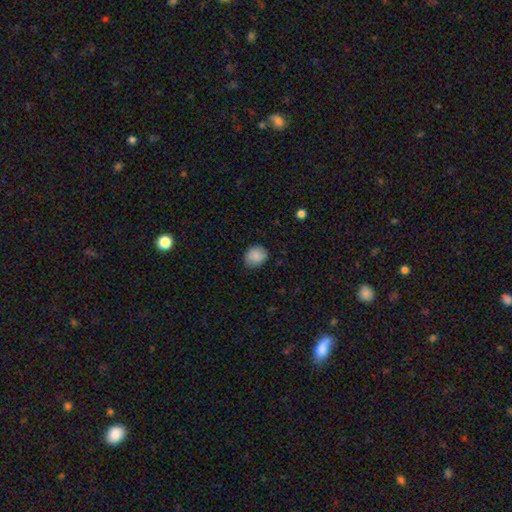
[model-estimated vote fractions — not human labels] Smooth or featured?
  - smooth: 87% *
  - star or artifact: 7%
  - featured or disk: 5%
How rounded?
  - round: 61% *
  - in between: 38%
  - cigar-shaped: 1%
Merging?
  - none: 77% *
  - minor disturbance: 19%
  - major disturbance: 3%
  - merger: 1%